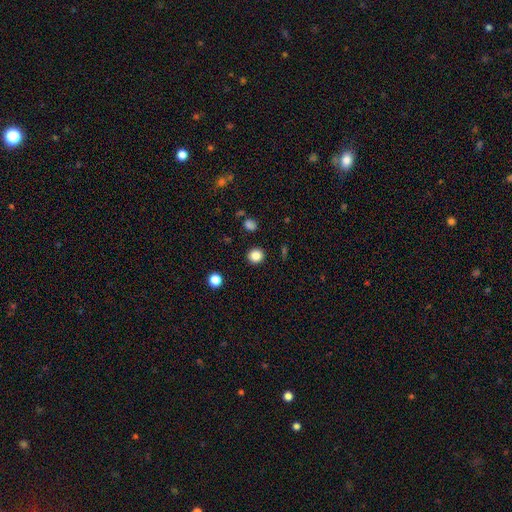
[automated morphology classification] Overall: smooth (85%). How rounded: round (90%). Merging: none (92%).